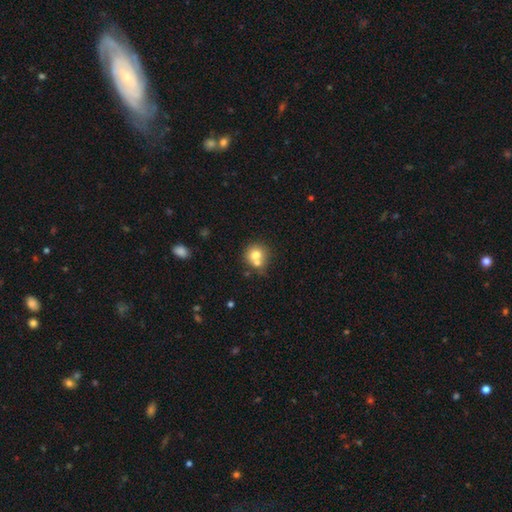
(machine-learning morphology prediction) A smooth galaxy with no disk features (72%) that is round (86%). Merging: none (47%).